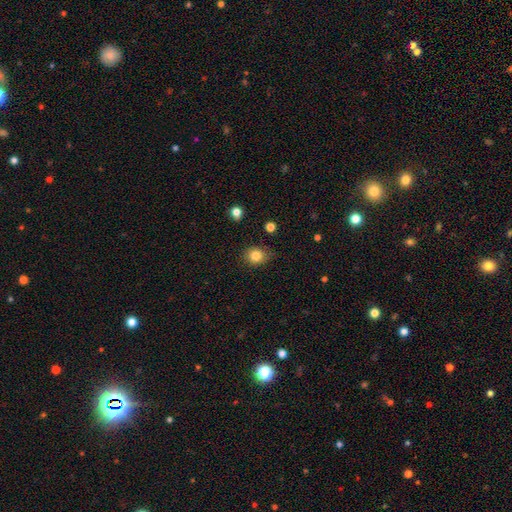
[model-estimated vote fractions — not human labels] Smooth or featured? smooth (83%)
How rounded? round (66%)
Merging? none (77%)